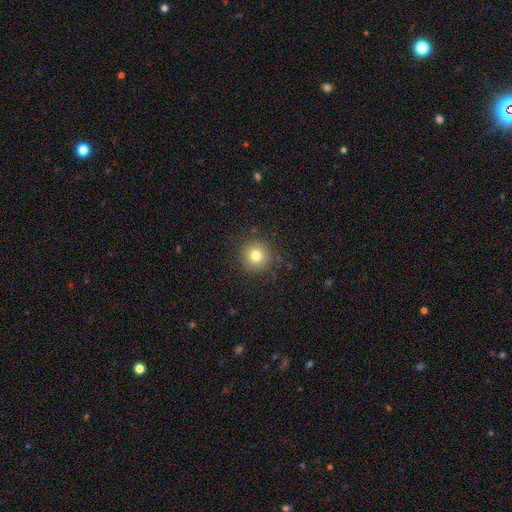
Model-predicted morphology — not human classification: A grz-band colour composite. It shows a smooth galaxy with no disk features (78%) that is round (95%). Merging: none (89%).